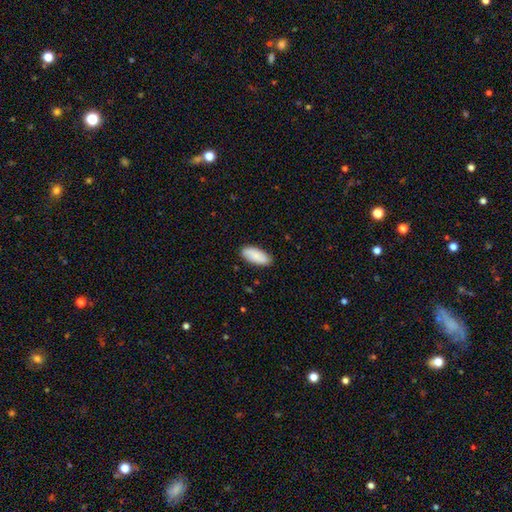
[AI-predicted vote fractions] This is clearly a smooth galaxy (85%). How rounded: clearly in between (87%). Merging: clearly none (87%).